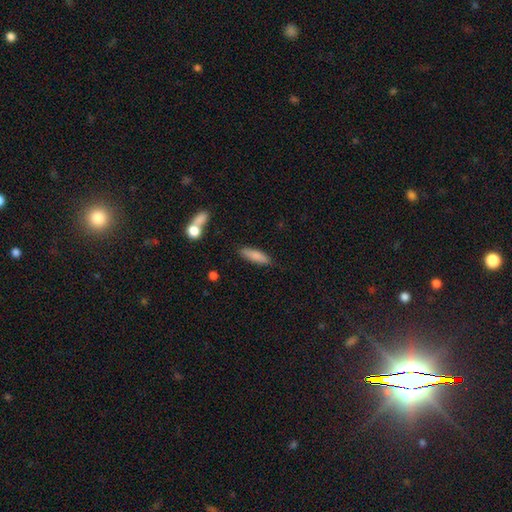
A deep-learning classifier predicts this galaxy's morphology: A smooth galaxy with no disk features (83%) that is cigar-shaped (61%). Merging: none (83%).